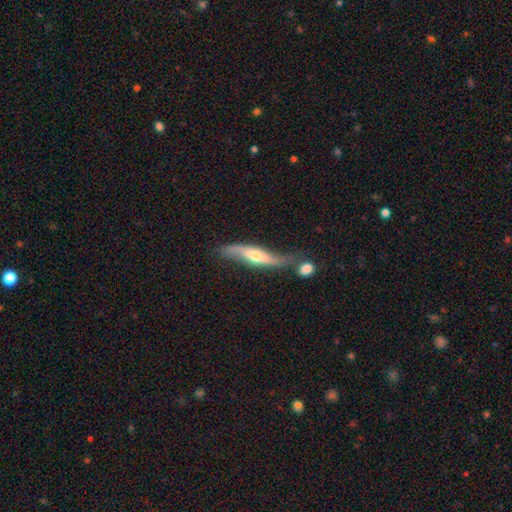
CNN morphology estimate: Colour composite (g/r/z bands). It shows a featured or disk galaxy (68%) viewed edge-on (58%). Merging: none (47%).